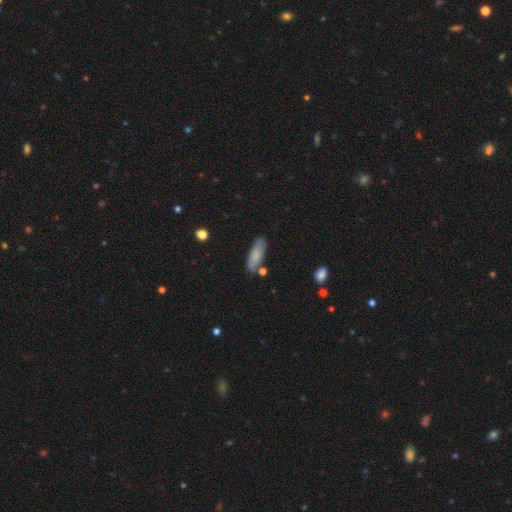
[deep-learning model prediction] The model was most divided on "how rounded": in between: 63%, cigar-shaped: 35%, round: 2%. More confident: smooth or featured — smooth (74%); merging — none (70%).